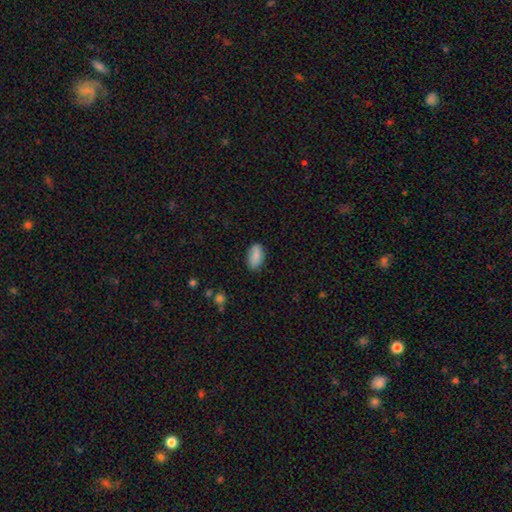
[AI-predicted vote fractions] Smooth or featured? Predicted: smooth (p=0.87). How rounded? Predicted: in between (p=0.92). Merging? Predicted: none (p=0.82).